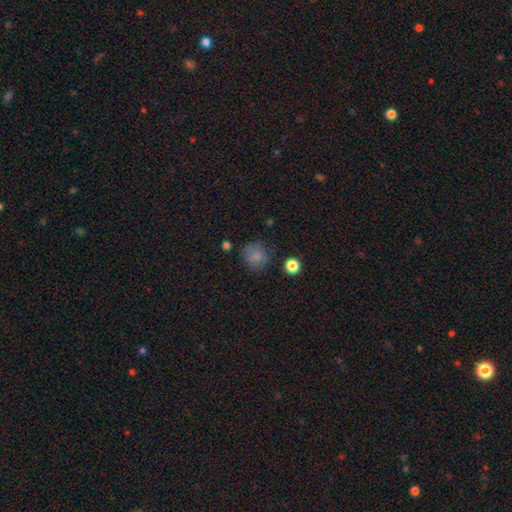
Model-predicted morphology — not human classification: Overall: smooth (78%). How rounded: round (86%). Merging: none (71%).